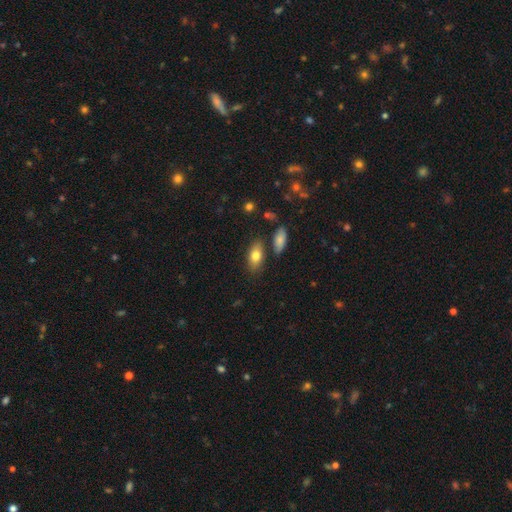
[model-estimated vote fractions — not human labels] Smooth or featured? Predicted: smooth (p=0.79). How rounded? Predicted: in between (p=0.88). Merging? Predicted: none (p=0.76).